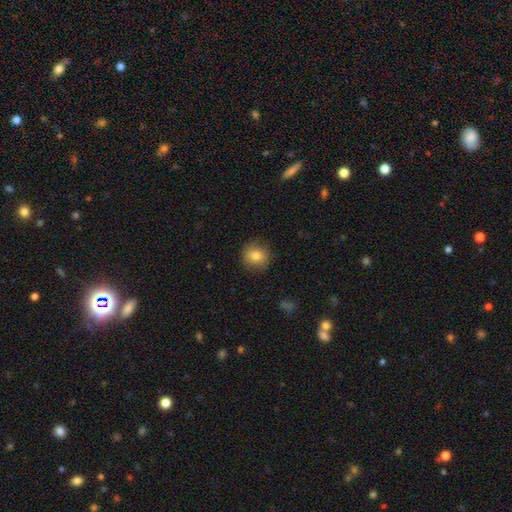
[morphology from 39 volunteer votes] Volunteers were most divided on "how rounded": round: 88%, in between: 12%, cigar-shaped: 0%. More confident: merging — none (92%); smooth or featured — smooth (85%).